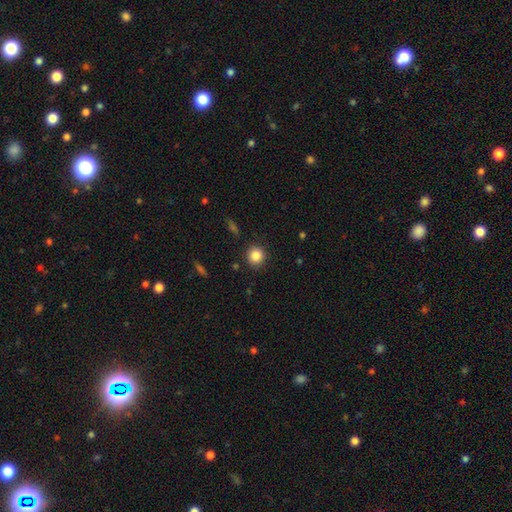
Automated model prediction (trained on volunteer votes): Smooth or featured: smooth — 85% (star or artifact — 10%)
How rounded: round — 92% (in between — 7%)
Merging: none — 90% (minor disturbance — 6%)